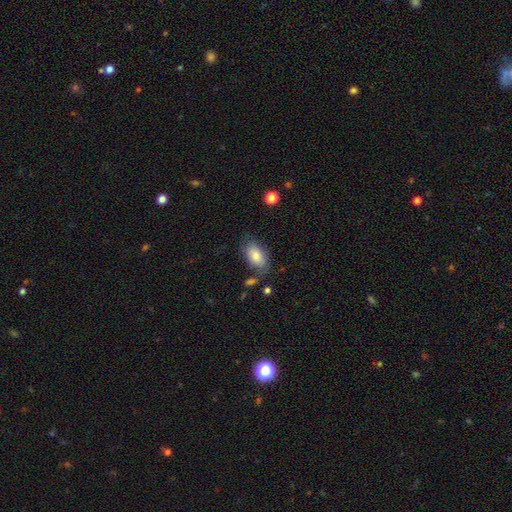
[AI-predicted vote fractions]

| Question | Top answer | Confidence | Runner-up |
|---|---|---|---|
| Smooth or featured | smooth | 81% | featured or disk (12%) |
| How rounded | in between | 93% | round (4%) |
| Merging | none | 68% | minor disturbance (20%) |